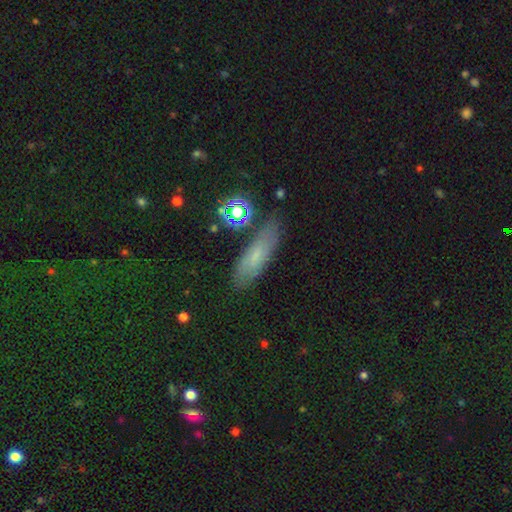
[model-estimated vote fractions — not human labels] Smooth or featured? smooth (56%)
How rounded? in between (49%)
Merging? none (78%)